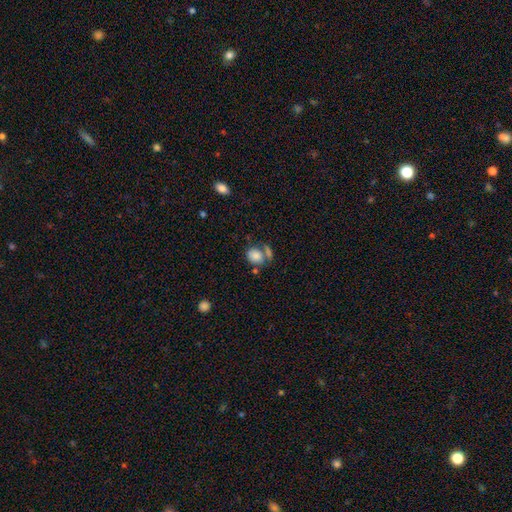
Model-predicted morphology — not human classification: Smooth or featured: smooth — 81% (featured or disk — 10%)
How rounded: round — 50% (in between — 48%)
Merging: none — 49% (merger — 29%)